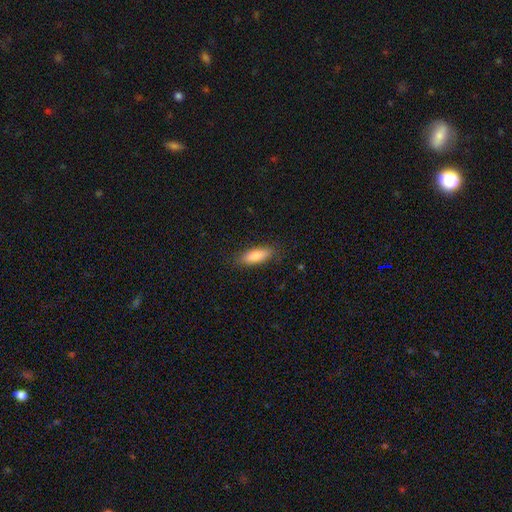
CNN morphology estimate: This appears to be a smooth galaxy with no disk features (82%) that is in between round and cigar-shaped (67%). Merging: none (85%).